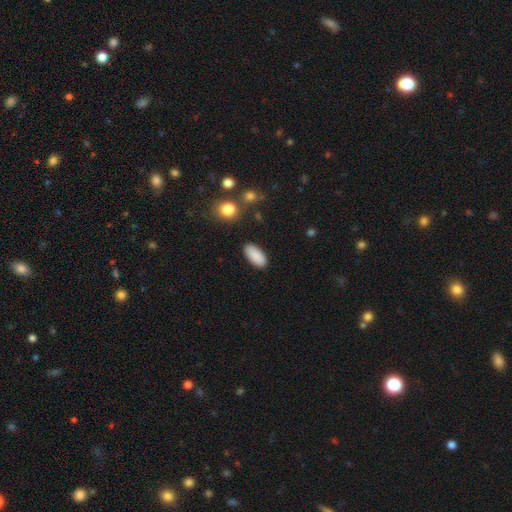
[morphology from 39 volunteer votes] Smooth or featured? 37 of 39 (95%) said smooth. How rounded? 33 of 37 (89%) said in between. Merging? 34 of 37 (92%) said none.